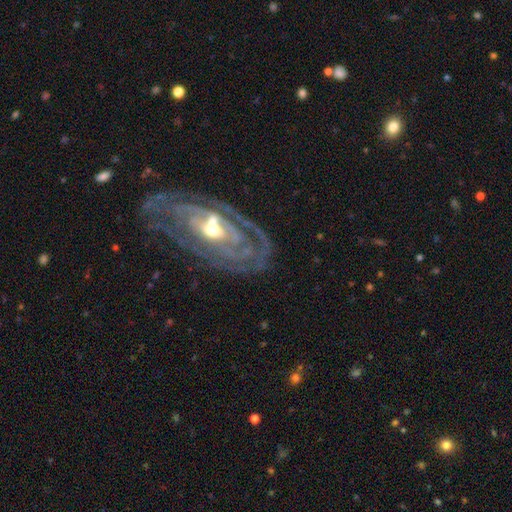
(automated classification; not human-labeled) Smooth or featured? featured or disk (86%)
Edge-on disk? no (92%)
Bar? no (44%)
Spiral arms? yes (88%)
Spiral winding? tight (70%)
Spiral arm count? can't tell (37%)
Bulge size? moderate (63%)
Merging? none (66%)